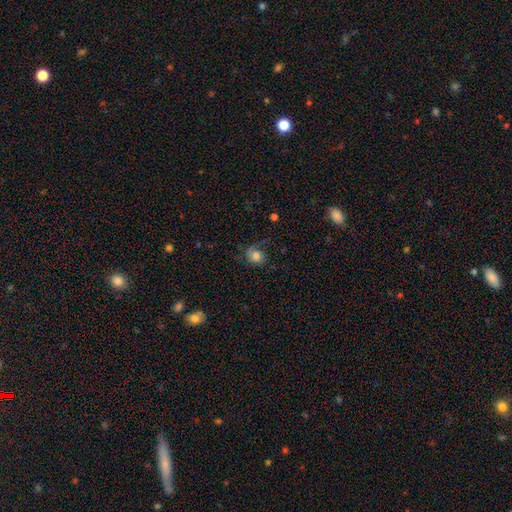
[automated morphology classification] smooth-or-featured: smooth: 70% | featured or disk: 20% | star or artifact: 11%
  how-rounded: round: 63% | in between: 36% | cigar-shaped: 1%
  merging: none: 45% | major disturbance: 27% | minor disturbance: 25% | merger: 2%